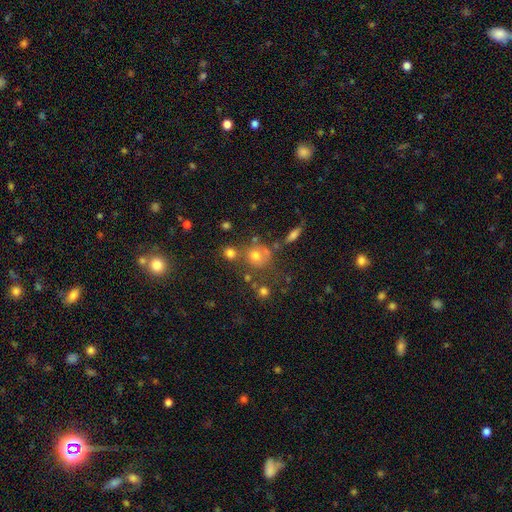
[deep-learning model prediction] A smooth galaxy with no disk features (47%).

Vote fractions:
- Smooth or featured? smooth: 47% / star or artifact: 39% / featured or disk: 14%
- Merging? none: 60% / merger: 22% / minor disturbance: 11% / major disturbance: 7%